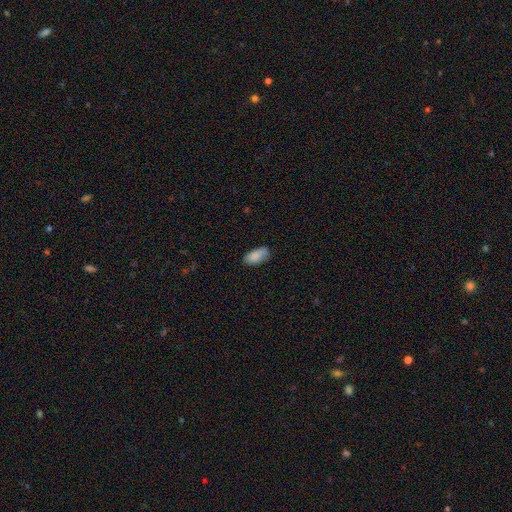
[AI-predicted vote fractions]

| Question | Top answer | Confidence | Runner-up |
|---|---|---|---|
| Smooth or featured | smooth | 86% | featured or disk (7%) |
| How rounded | in between | 92% | cigar-shaped (6%) |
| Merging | none | 74% | minor disturbance (20%) |